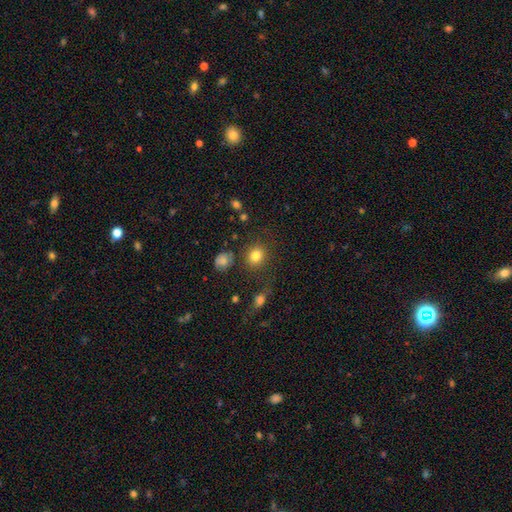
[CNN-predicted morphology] smooth_or_featured: smooth (p=0.82) [alt: star or artifact p=0.12]
how_rounded: round (p=0.75) [alt: in between p=0.24]
merging: none (p=0.80) [alt: minor disturbance p=0.10]